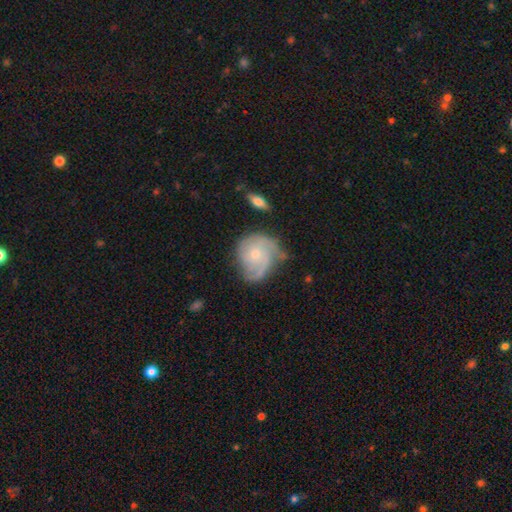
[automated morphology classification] Smooth or featured? Predicted: featured or disk (p=0.71). Edge-on disk? Predicted: no (p=0.98). Bar? Predicted: no (p=0.78). Spiral arms? Predicted: yes (p=0.90). Spiral winding? Predicted: tight (p=0.47). Spiral arm count? Predicted: 3 (p=0.30). Bulge size? Predicted: small (p=0.65). Merging? Predicted: none (p=0.51).